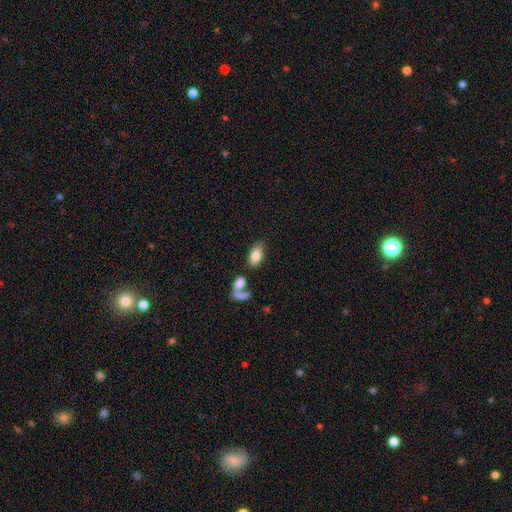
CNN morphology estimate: The model was most divided on "merging": none: 69%, merger: 15%, minor disturbance: 11%, major disturbance: 5%. More confident: how rounded — in between (91%); smooth or featured — smooth (79%).